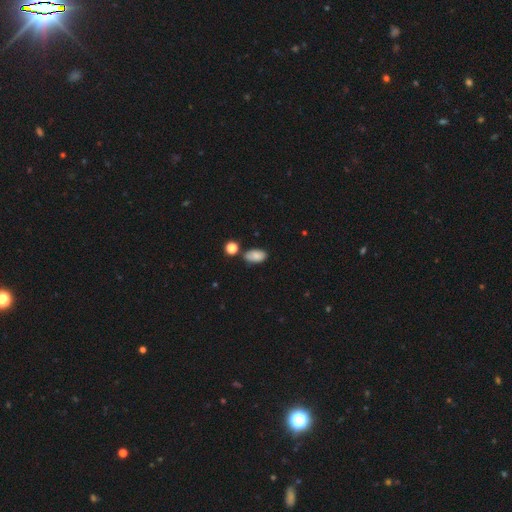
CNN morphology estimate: Smooth or featured? smooth (79%)
How rounded? in between (91%)
Merging? none (69%)